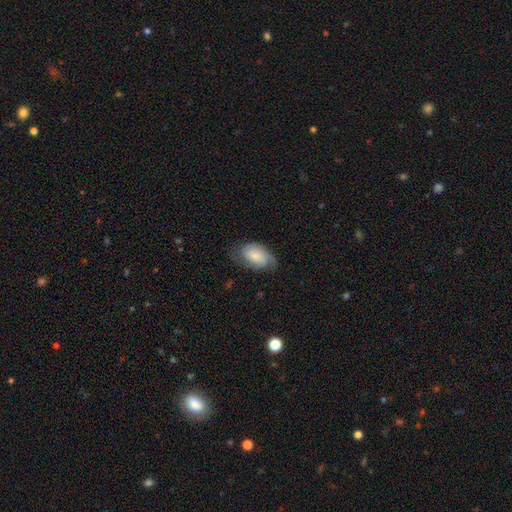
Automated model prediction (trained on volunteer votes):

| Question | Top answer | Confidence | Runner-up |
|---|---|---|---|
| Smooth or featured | smooth | 53% | featured or disk (40%) |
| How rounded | in between | 90% | round (8%) |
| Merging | none | 60% | minor disturbance (27%) |